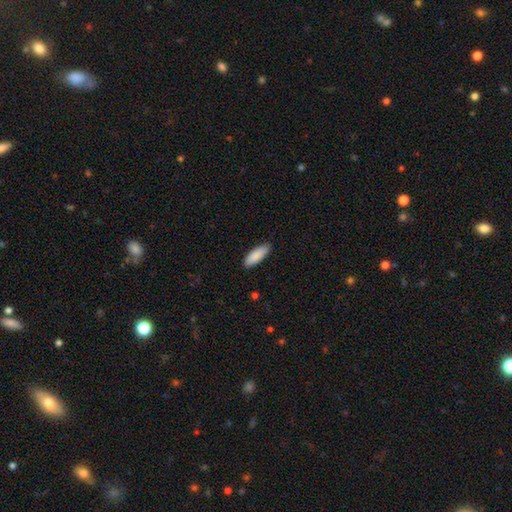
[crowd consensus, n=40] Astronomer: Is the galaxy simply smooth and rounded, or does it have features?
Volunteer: smooth — 95%.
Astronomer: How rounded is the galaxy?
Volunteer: in between — 61% (runner-up: cigar-shaped, 37%).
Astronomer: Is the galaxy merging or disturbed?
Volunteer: none — 80%.